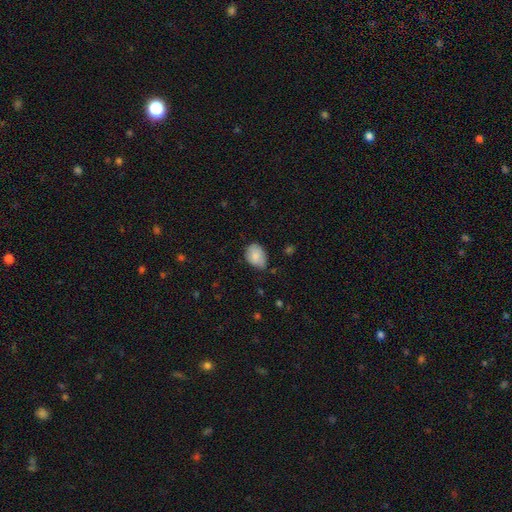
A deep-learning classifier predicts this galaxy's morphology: Smooth or featured? Predicted: smooth (p=0.82). How rounded? Predicted: in between (p=0.75). Merging? Predicted: none (p=0.57).